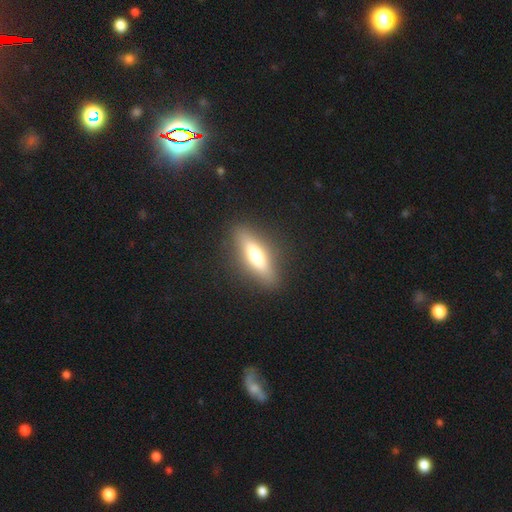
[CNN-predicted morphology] The model was most divided on "smooth or featured": smooth: 54%, featured or disk: 39%, star or artifact: 7%. More confident: merging — none (88%); how rounded — cigar-shaped (58%).